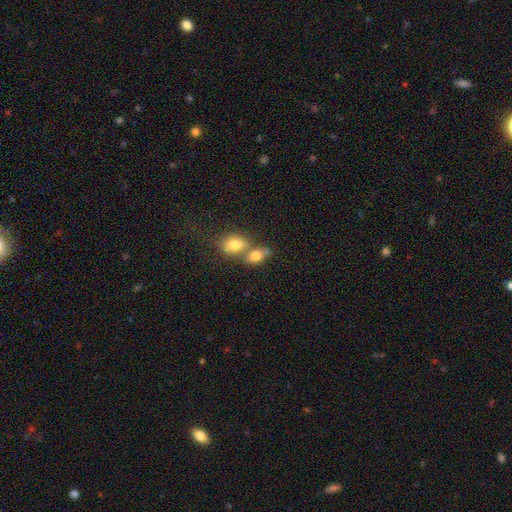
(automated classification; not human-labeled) smooth-or-featured: smooth: 78% | featured or disk: 13% | star or artifact: 10%
  how-rounded: in between: 78% | round: 19% | cigar-shaped: 3%
  merging: merger: 57% | none: 31% | minor disturbance: 9% | major disturbance: 4%